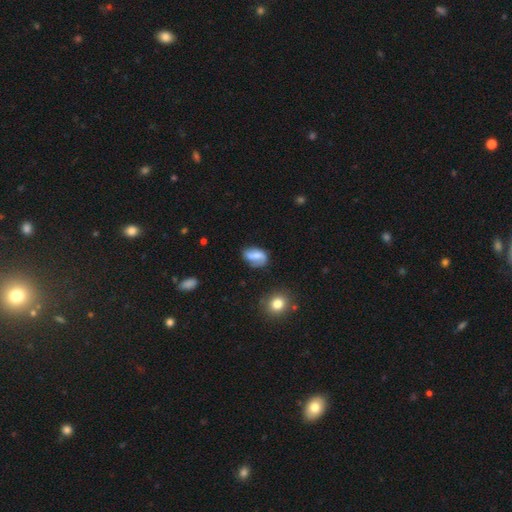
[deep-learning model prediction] Smooth or featured?
  - featured or disk: 47% *
  - smooth: 44%
  - star or artifact: 9%
Merging?
  - none: 61% *
  - minor disturbance: 25%
  - major disturbance: 10%
  - merger: 4%